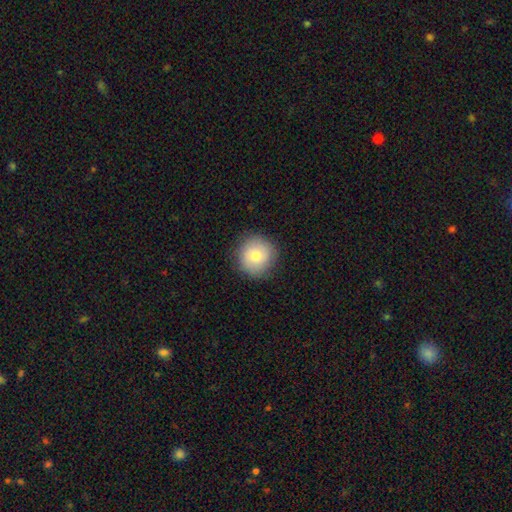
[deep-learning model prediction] The model was most divided on "smooth or featured": smooth: 76%, featured or disk: 15%, star or artifact: 9%. More confident: how rounded — round (94%); merging — none (87%).